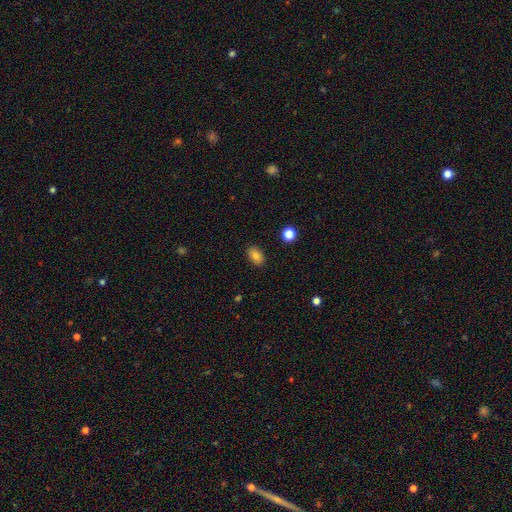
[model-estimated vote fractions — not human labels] smooth-or-featured: smooth: 82% | star or artifact: 9% | featured or disk: 9%
  how-rounded: in between: 87% | round: 12% | cigar-shaped: 2%
  merging: none: 88% | minor disturbance: 9% | major disturbance: 2% | merger: 1%